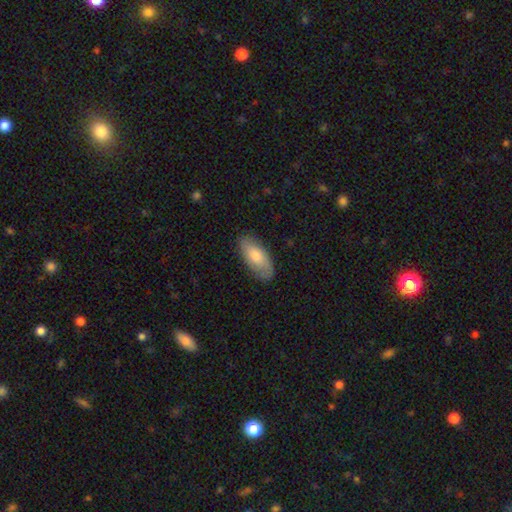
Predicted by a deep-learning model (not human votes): Smooth or featured?
  - smooth: 70% *
  - featured or disk: 24%
  - star or artifact: 6%
How rounded?
  - in between: 88% *
  - cigar-shaped: 10%
  - round: 3%
Merging?
  - none: 83% *
  - minor disturbance: 14%
  - major disturbance: 3%
  - merger: 1%